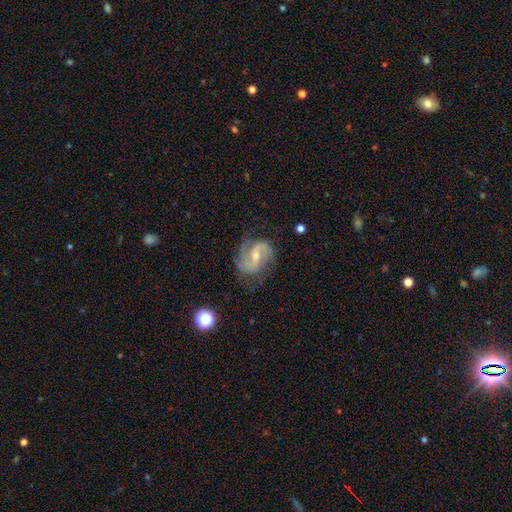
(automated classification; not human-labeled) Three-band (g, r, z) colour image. It shows a featured or disk galaxy (87%) with a weak bar (48%), 2 (77%) medium (51%) spiral arms (97%) and a small central bulge (50%). Merging: none (72%).